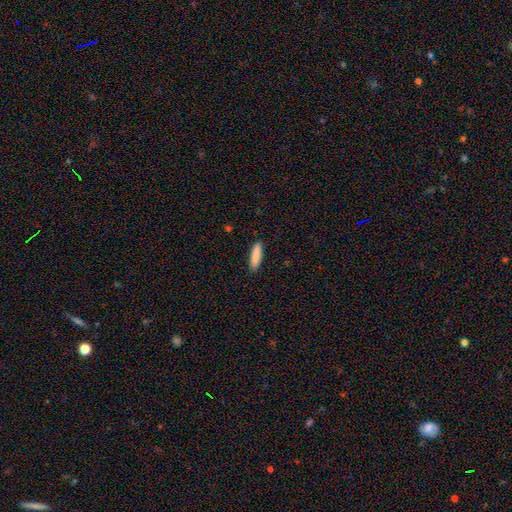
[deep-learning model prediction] Overall: smooth (86%). How rounded: cigar-shaped (71%). Merging: none (89%).